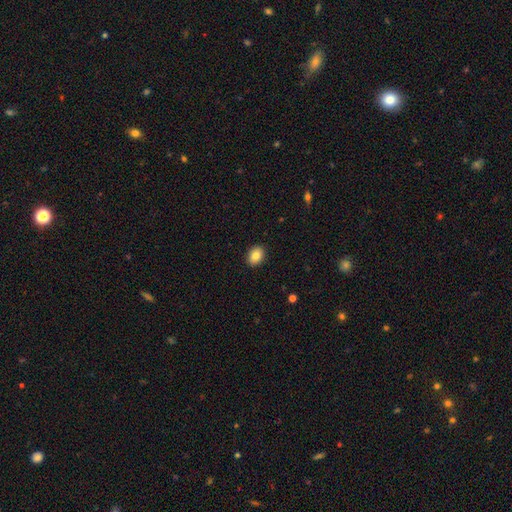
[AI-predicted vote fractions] This appears to be a smooth galaxy with no disk features (83%) that is in between round and cigar-shaped (67%). Merging: none (91%).